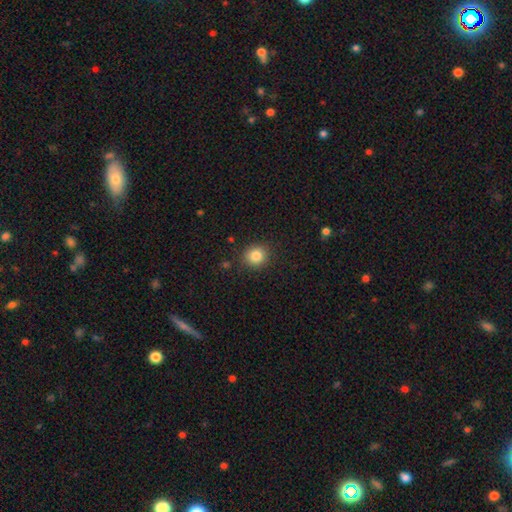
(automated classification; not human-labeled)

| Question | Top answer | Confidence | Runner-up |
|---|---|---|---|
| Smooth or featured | smooth | 84% | star or artifact (10%) |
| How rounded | round | 85% | in between (14%) |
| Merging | none | 88% | minor disturbance (8%) |